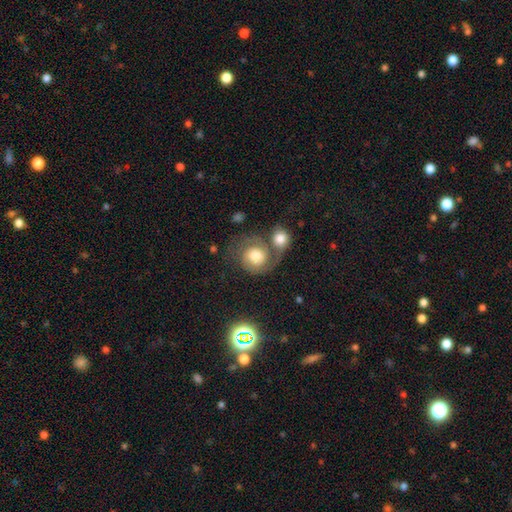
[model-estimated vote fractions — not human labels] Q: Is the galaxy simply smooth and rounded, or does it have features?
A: featured or disk — 62%.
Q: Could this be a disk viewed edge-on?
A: no — 98%.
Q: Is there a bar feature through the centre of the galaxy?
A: no — 77%.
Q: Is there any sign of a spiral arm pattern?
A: yes — 86%.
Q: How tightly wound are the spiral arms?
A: medium — 43%.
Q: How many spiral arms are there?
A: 2 — 78%.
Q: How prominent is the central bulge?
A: moderate — 52%.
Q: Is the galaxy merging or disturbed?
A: merger — 43%.